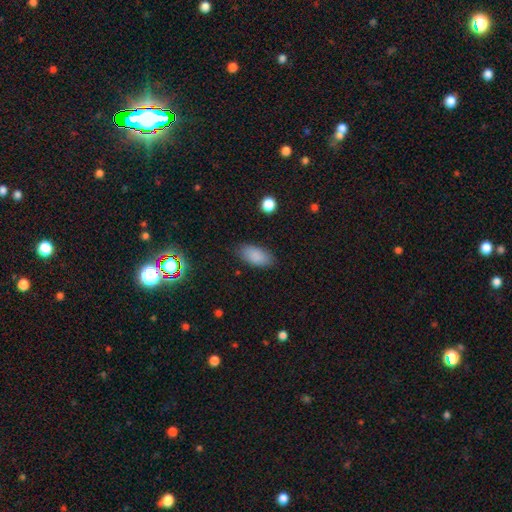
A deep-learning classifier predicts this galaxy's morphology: This is clearly a smooth galaxy (87%). How rounded: clearly in between (92%). Merging: clearly none (83%).